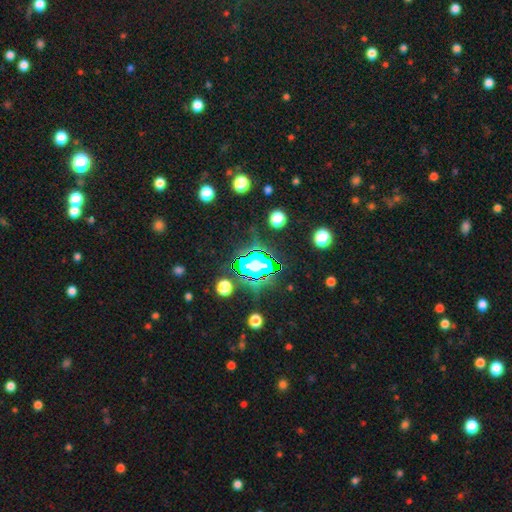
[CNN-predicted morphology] A star or artifact, not a galaxy (62%).